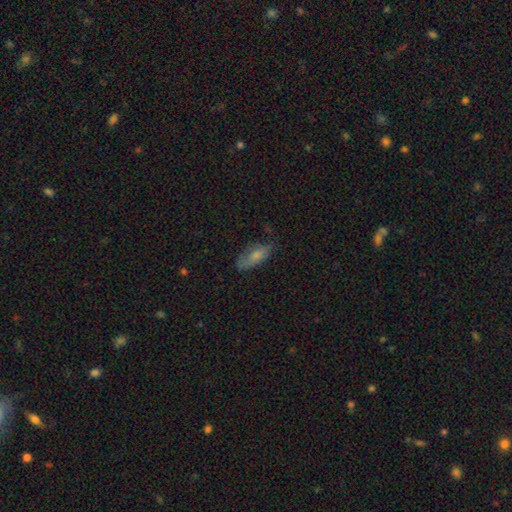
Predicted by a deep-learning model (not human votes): This appears to be a smooth galaxy with no disk features (71%) that is in between round and cigar-shaped (77%). Merging: none (61%).